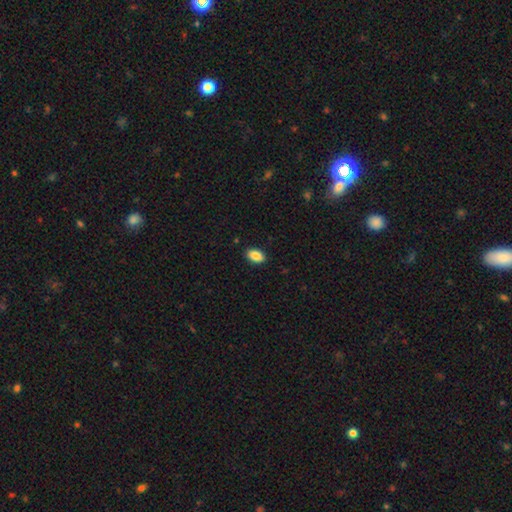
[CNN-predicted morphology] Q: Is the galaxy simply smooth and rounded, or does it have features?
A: smooth — 88%.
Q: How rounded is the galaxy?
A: in between — 90%.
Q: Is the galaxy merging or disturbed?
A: none — 89%.